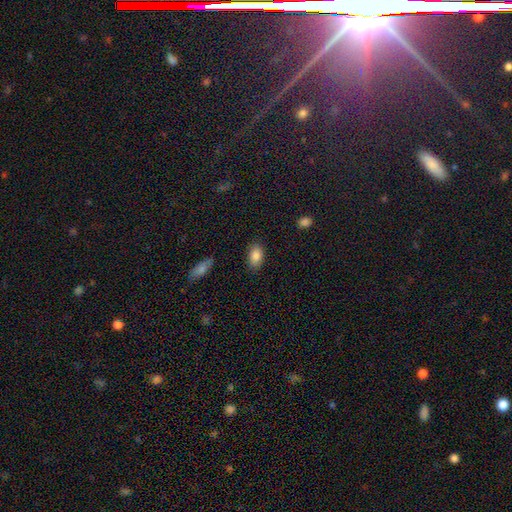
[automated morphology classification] Smooth or featured? smooth (86%)
How rounded? in between (91%)
Merging? none (85%)